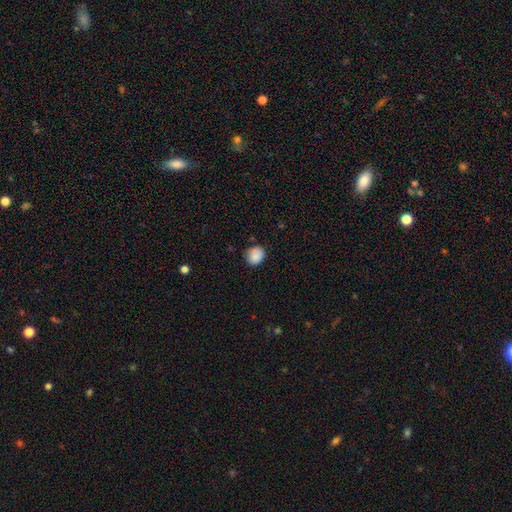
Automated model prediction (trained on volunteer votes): Smooth or featured? Predicted: smooth (p=0.87). How rounded? Predicted: round (p=0.69). Merging? Predicted: none (p=0.78).